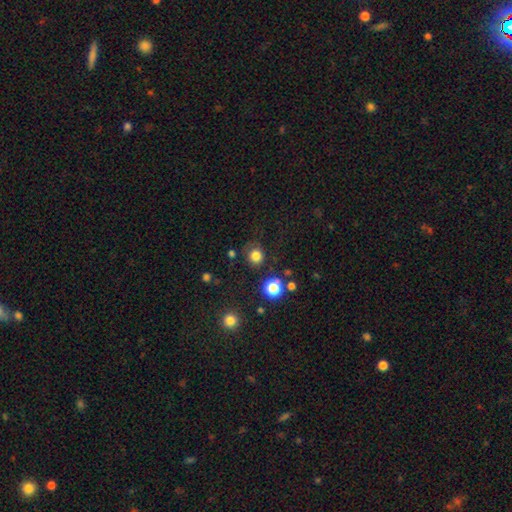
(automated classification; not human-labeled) A smooth galaxy with no disk features (80%) that is round (88%).

Vote fractions:
- Smooth or featured? smooth: 80% / star or artifact: 15% / featured or disk: 5%
- How rounded? round: 88% / in between: 11% / cigar-shaped: 1%
- Merging? none: 77% / minor disturbance: 14% / major disturbance: 6% / merger: 3%